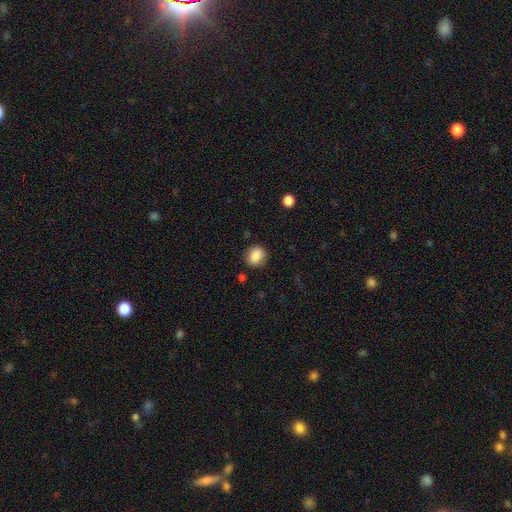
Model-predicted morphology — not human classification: The model was most divided on "how rounded": round: 66%, in between: 33%, cigar-shaped: 1%. More confident: smooth or featured — smooth (87%); merging — none (82%).